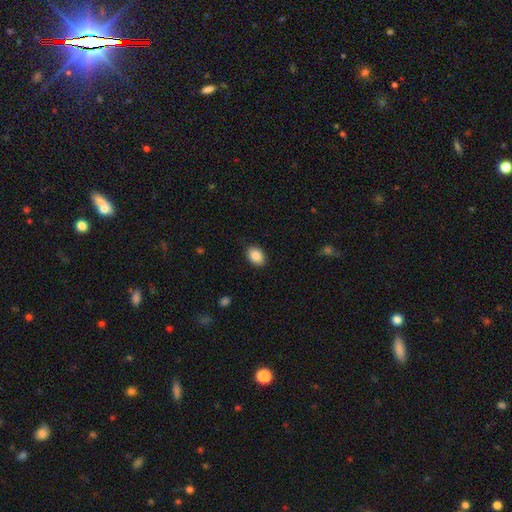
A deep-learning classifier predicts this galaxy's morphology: Smooth or featured? Predicted: smooth (p=0.88). How rounded? Predicted: in between (p=0.78). Merging? Predicted: none (p=0.87).